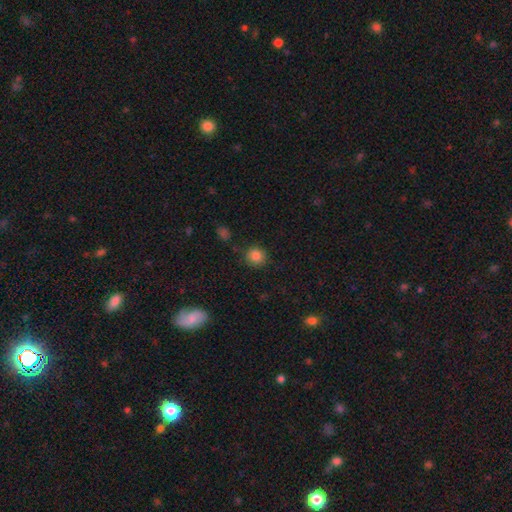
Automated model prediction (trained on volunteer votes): Smooth or featured? Predicted: smooth (p=0.85). How rounded? Predicted: round (p=0.89). Merging? Predicted: none (p=0.84).